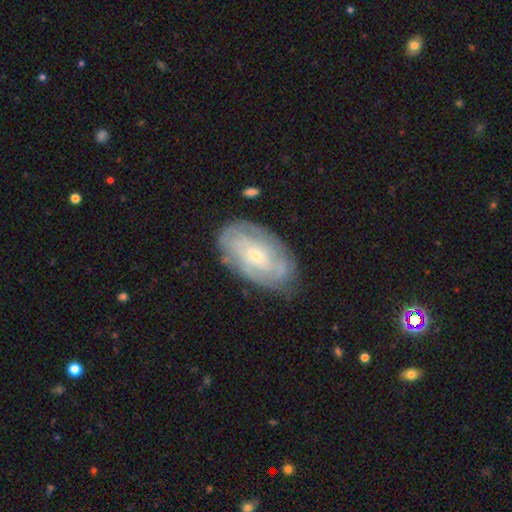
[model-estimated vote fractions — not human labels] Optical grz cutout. It shows a featured or disk galaxy (75%) with no bar (65%), tight (69%) spiral arms (84%) and a small central bulge (69%). Merging: none (74%).